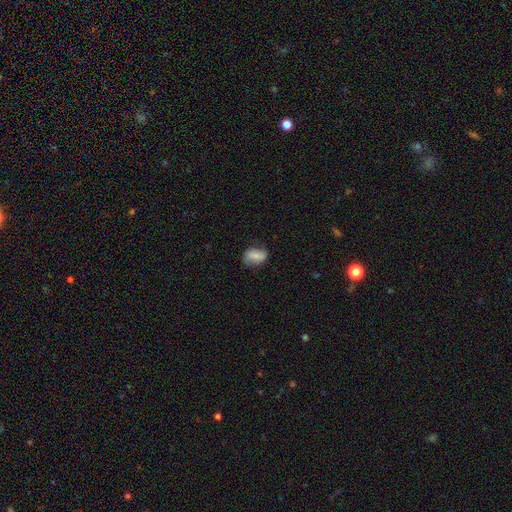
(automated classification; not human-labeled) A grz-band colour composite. It shows a smooth galaxy with no disk features (72%) that is in between round and cigar-shaped (82%). Merging: none (69%).